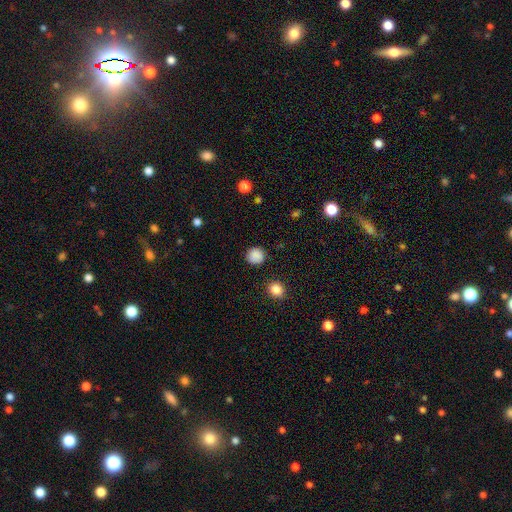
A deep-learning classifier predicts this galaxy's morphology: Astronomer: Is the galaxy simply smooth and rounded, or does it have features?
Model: smooth — 87%.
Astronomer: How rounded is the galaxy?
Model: round — 92%.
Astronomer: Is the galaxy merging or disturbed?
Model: none — 88%.